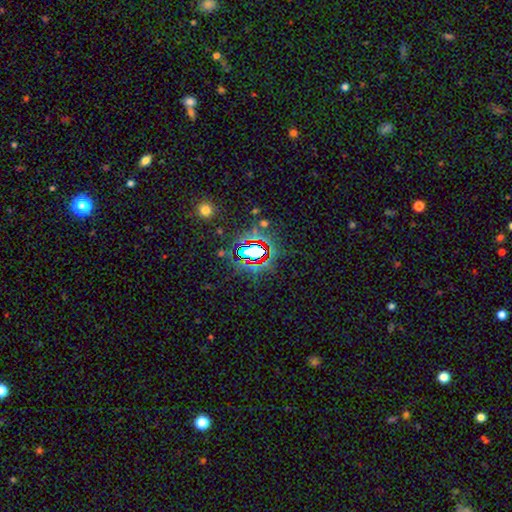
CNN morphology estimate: Q: Smooth or featured?
A: star or artifact (71%); runner-up: smooth (17%)